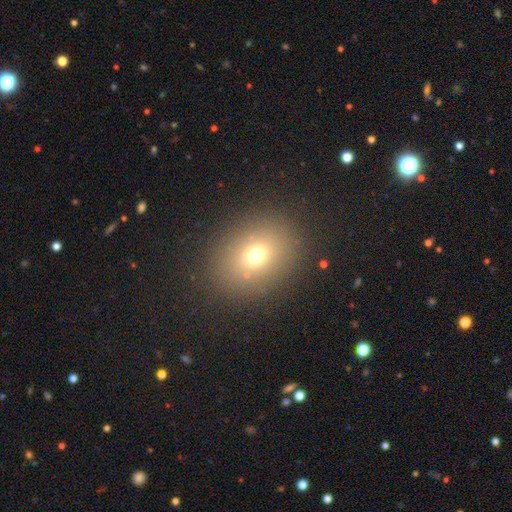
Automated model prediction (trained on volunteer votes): Morphology: type=smooth (69%); roundness=in between (52%); merging=none (84%).